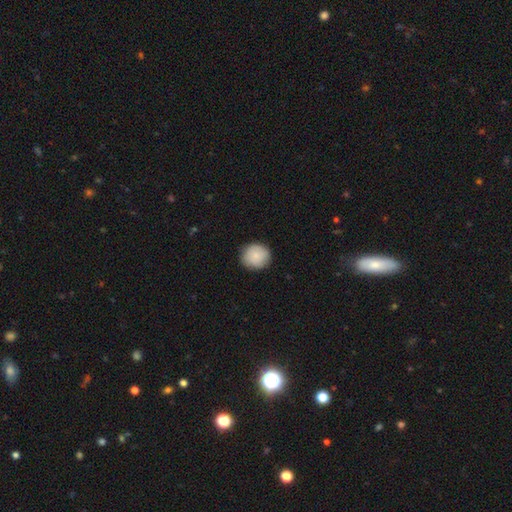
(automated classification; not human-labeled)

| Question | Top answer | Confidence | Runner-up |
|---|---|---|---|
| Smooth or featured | smooth | 81% | featured or disk (13%) |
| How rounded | round | 89% | in between (10%) |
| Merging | none | 85% | minor disturbance (11%) |